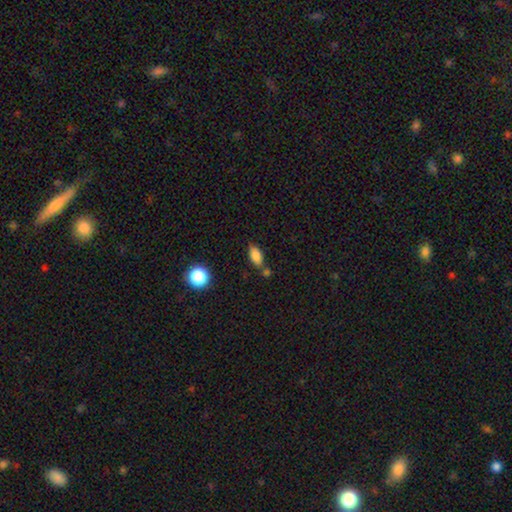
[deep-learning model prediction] This is clearly a smooth galaxy (84%). How rounded: clearly in between (86%). Merging: likely none (64%).